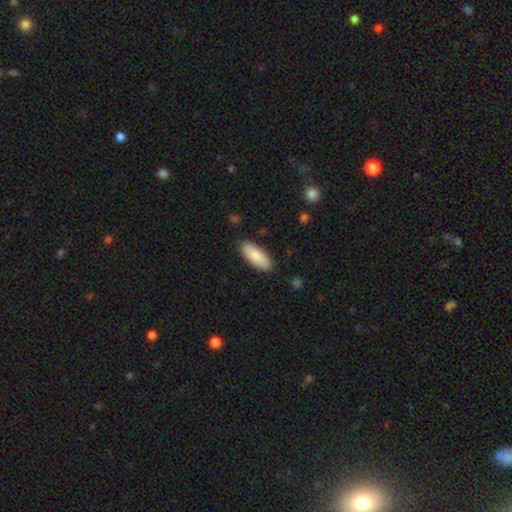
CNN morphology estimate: Smooth or featured: smooth — 85% (featured or disk — 9%)
How rounded: in between — 80% (cigar-shaped — 18%)
Merging: none — 87% (minor disturbance — 10%)